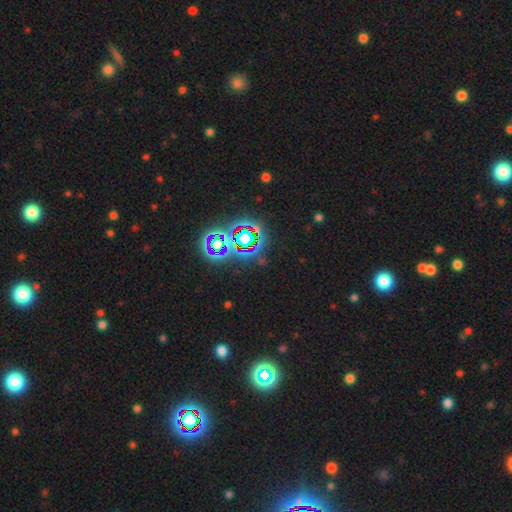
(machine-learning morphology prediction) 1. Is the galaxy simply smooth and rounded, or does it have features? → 65% star or artifact, 21% smooth, 14% featured or disk.